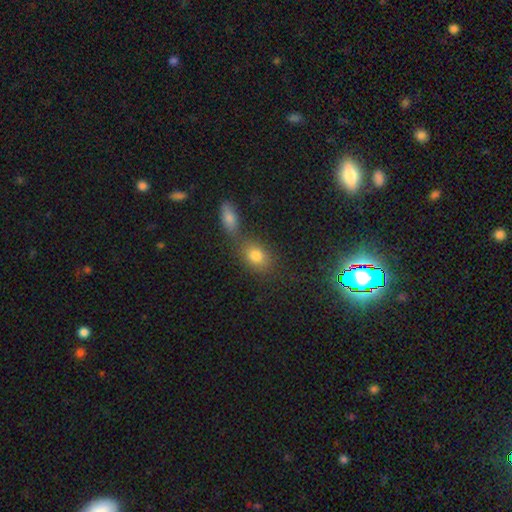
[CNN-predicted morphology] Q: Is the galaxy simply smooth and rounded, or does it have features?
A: smooth — 79%.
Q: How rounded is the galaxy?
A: in between — 70%.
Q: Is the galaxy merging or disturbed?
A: none — 53%.